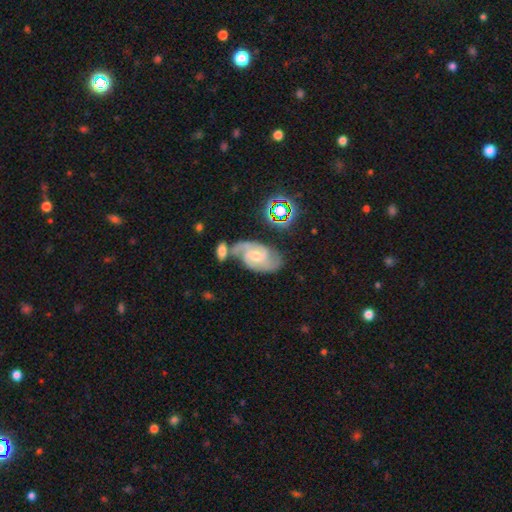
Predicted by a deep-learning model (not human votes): Overall: featured or disk (84%). Edge-on disk: no (96%). Bar: no (48%; weak 40%). Spiral arms: yes (97%). Spiral arm count: 2 (64%). Spiral winding: tight (51%; medium 41%). Bulge size: moderate (60%; small 35%). Merging: none (55%; minor disturbance 19%).